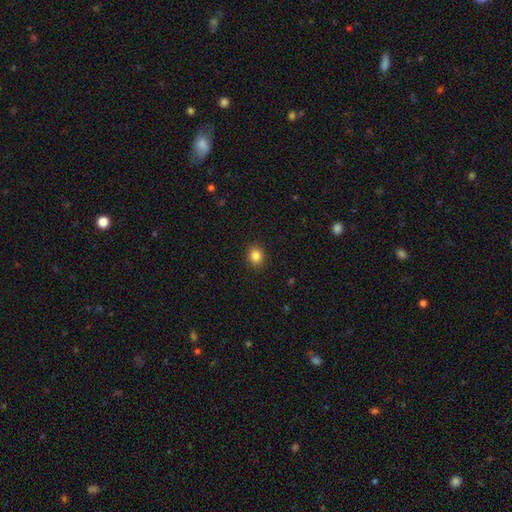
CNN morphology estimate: This is clearly a smooth galaxy (84%). How rounded: likely round (63%). Merging: clearly none (91%).